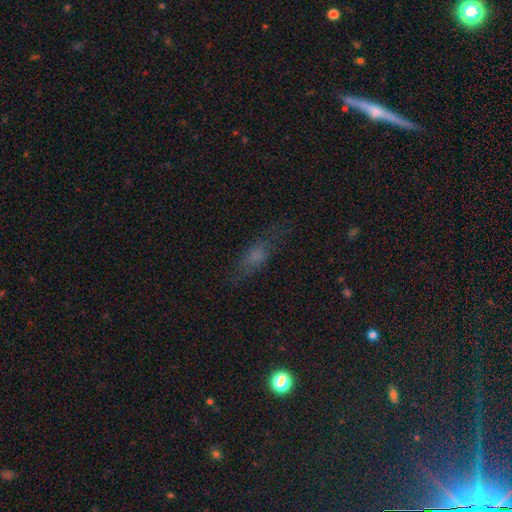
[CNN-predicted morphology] smooth_or_featured: smooth (p=0.52) [alt: featured or disk p=0.29]
how_rounded: cigar-shaped (p=0.49) [alt: in between p=0.46]
merging: none (p=0.69) [alt: minor disturbance p=0.20]